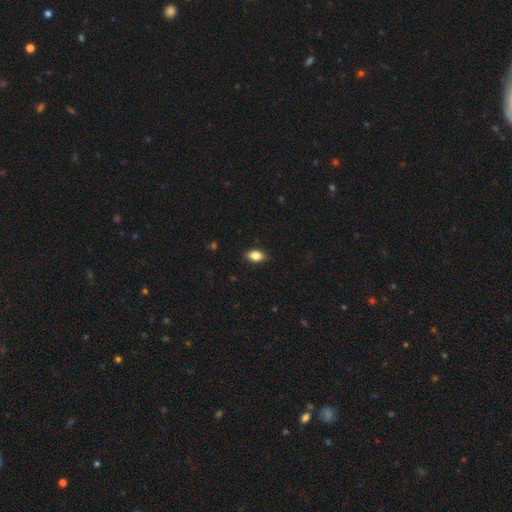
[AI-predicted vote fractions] A smooth galaxy with no disk features (83%) that is in between round and cigar-shaped (87%).

Vote fractions:
- Smooth or featured? smooth: 83% / featured or disk: 9% / star or artifact: 8%
- How rounded? in between: 87% / round: 9% / cigar-shaped: 4%
- Merging? none: 86% / minor disturbance: 11% / major disturbance: 2% / merger: 1%